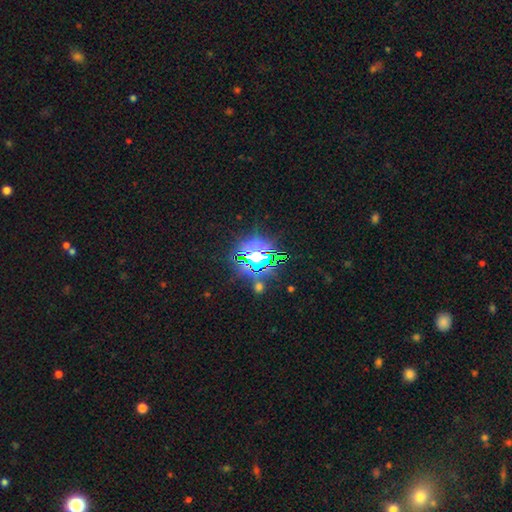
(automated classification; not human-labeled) This is clearly a star or artifact rather than a galaxy (83%).